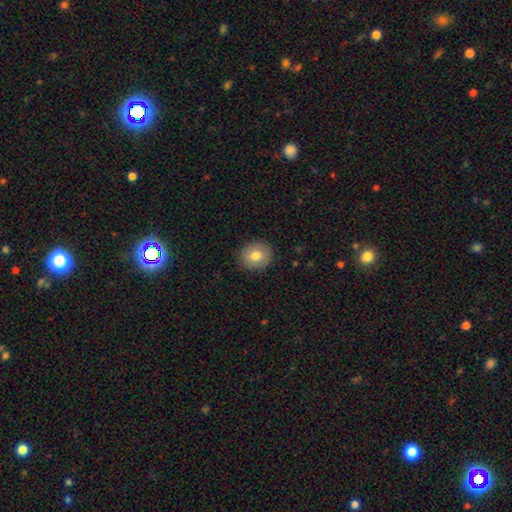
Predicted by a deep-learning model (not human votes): Overall: smooth (77%). How rounded: round (78%). Merging: none (90%).